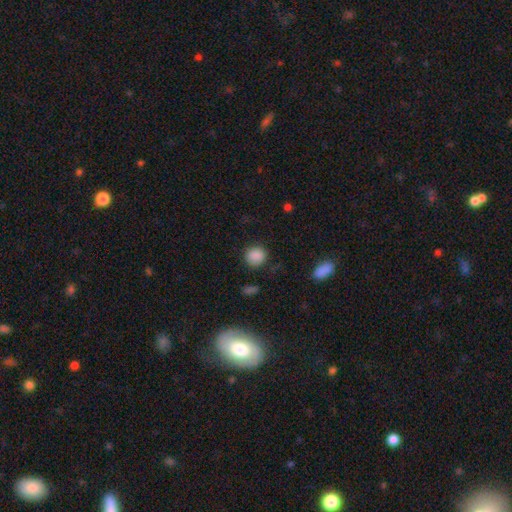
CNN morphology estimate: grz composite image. It shows a smooth galaxy with no disk features (86%) that is round (84%). Merging: none (83%).